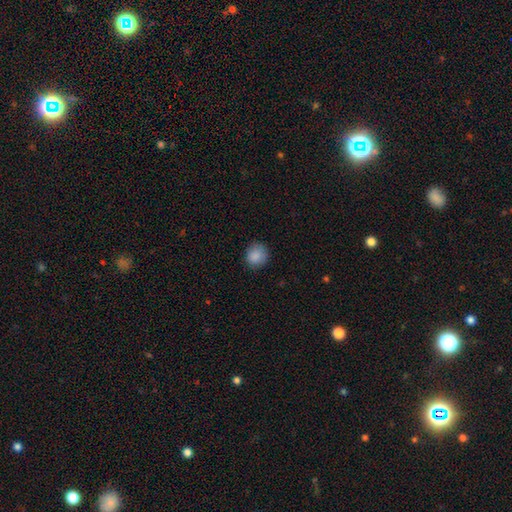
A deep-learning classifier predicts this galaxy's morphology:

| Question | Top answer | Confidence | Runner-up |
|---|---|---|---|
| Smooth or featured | smooth | 88% | star or artifact (9%) |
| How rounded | round | 88% | in between (11%) |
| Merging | none | 85% | minor disturbance (11%) |